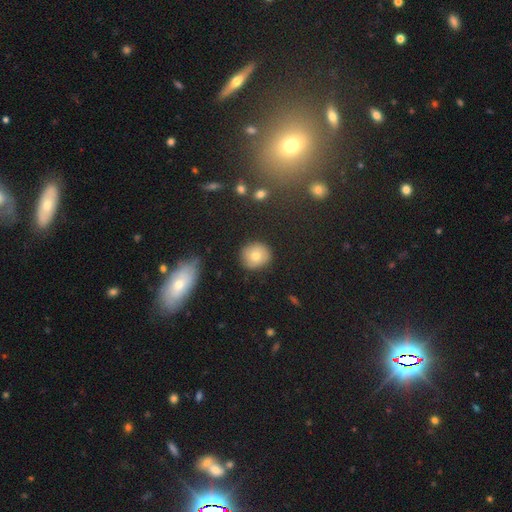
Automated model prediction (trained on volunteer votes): A smooth galaxy with no disk features (72%) that is round (85%).

Vote fractions:
- Smooth or featured? smooth: 72% / featured or disk: 18% / star or artifact: 10%
- How rounded? round: 85% / in between: 14% / cigar-shaped: 1%
- Merging? none: 84% / minor disturbance: 12% / major disturbance: 3% / merger: 2%